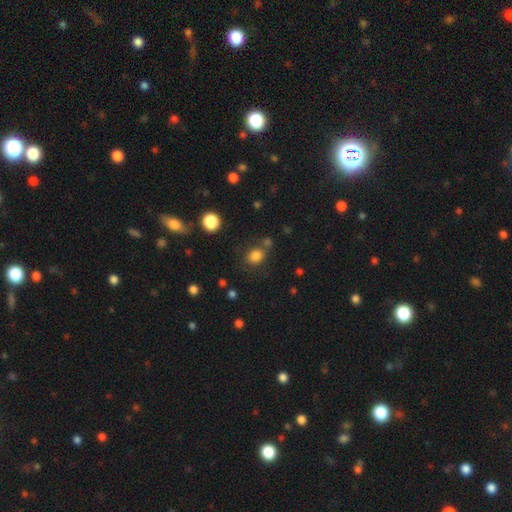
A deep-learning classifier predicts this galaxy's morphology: smooth_or_featured: smooth (p=0.81) [alt: star or artifact p=0.14]
how_rounded: round (p=0.67) [alt: in between p=0.32]
merging: none (p=0.70) [alt: minor disturbance p=0.13]